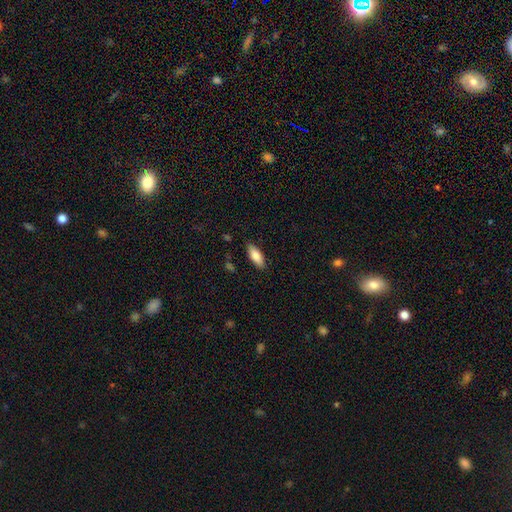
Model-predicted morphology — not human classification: smooth_or_featured: smooth (p=0.83) [alt: featured or disk p=0.11]
how_rounded: in between (p=0.76) [alt: cigar-shaped p=0.22]
merging: none (p=0.86) [alt: minor disturbance p=0.11]